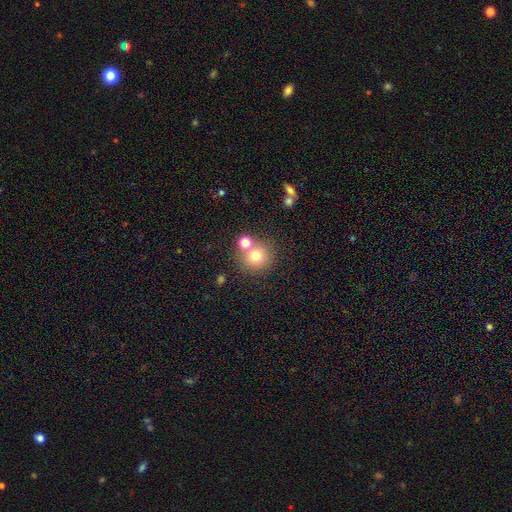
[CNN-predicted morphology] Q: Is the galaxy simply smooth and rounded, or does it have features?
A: smooth — 75%.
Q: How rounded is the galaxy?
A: round — 91%.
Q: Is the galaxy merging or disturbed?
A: none — 66%.